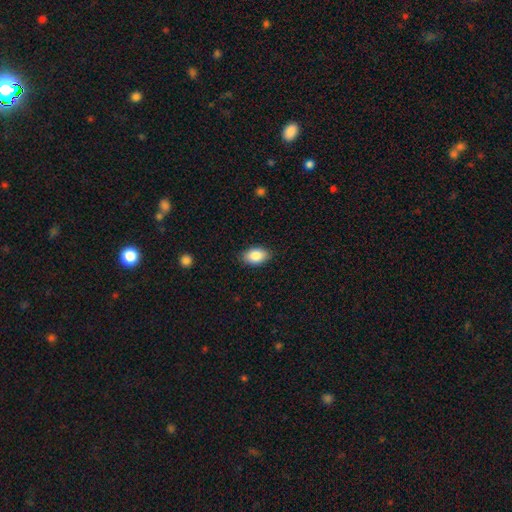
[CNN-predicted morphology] A smooth galaxy with no disk features (86%) that is in between round and cigar-shaped (90%).

Vote fractions:
- Smooth or featured? smooth: 86% / star or artifact: 7% / featured or disk: 7%
- How rounded? in between: 90% / round: 8% / cigar-shaped: 1%
- Merging? none: 87% / minor disturbance: 9% / major disturbance: 2% / merger: 1%